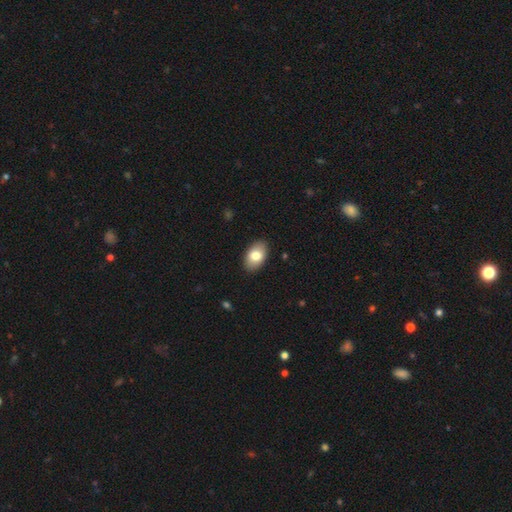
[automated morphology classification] A smooth galaxy with no disk features (80%) that is in between round and cigar-shaped (92%).

Vote fractions:
- Smooth or featured? smooth: 80% / featured or disk: 14% / star or artifact: 7%
- How rounded? in between: 92% / round: 7% / cigar-shaped: 1%
- Merging? none: 89% / minor disturbance: 8% / major disturbance: 2% / merger: 1%